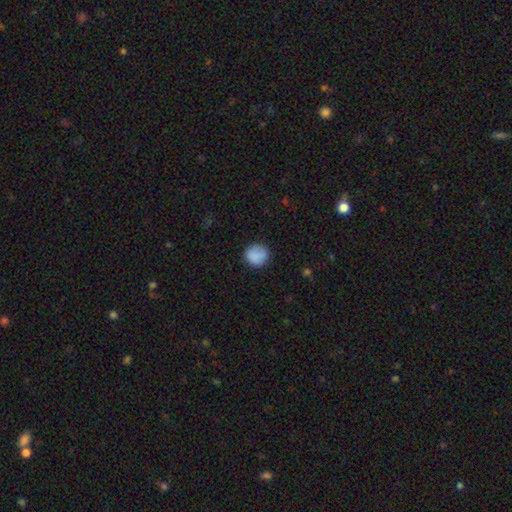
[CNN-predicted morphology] Smooth or featured: smooth — 87% (star or artifact — 8%)
How rounded: round — 88% (in between — 11%)
Merging: none — 84% (minor disturbance — 12%)